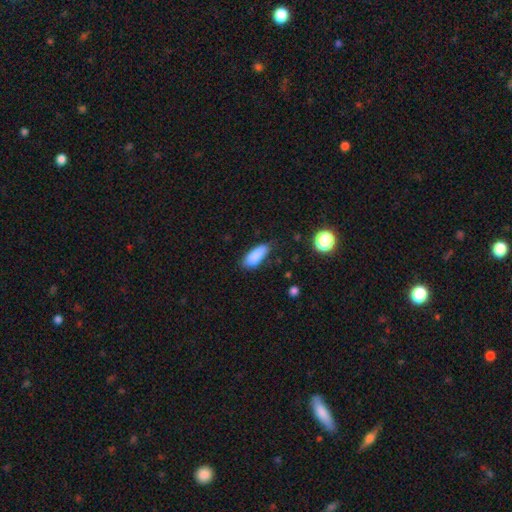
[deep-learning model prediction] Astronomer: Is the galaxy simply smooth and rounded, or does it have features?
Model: smooth — 87%.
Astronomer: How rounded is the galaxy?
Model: in between — 69%.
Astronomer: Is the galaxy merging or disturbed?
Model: none — 73%.